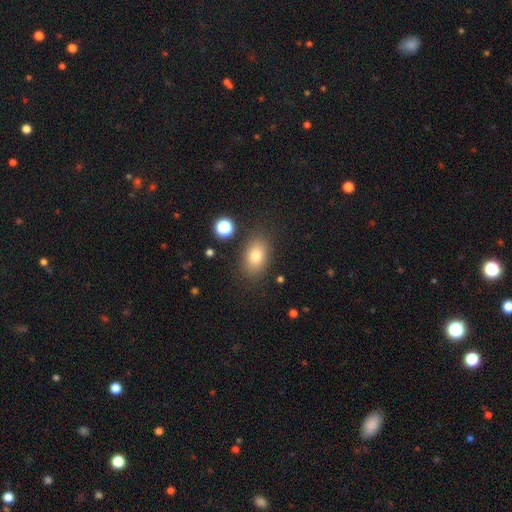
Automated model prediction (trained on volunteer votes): The model was most divided on "how rounded": in between: 84%, round: 14%, cigar-shaped: 2%. More confident: merging — none (82%); smooth or featured — smooth (80%).